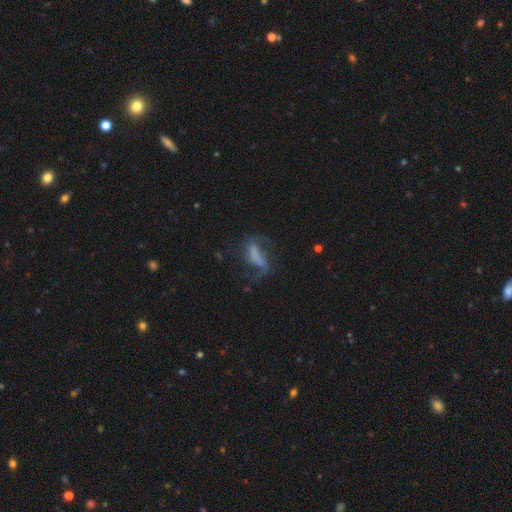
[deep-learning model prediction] A featured or disk galaxy (57%) with a strong bar (43%), spiral arms (75%) and no central bulge (63%).

Vote fractions:
- Smooth or featured? featured or disk: 57% / smooth: 30% / star or artifact: 13%
- Edge-on disk? no: 90% / yes: 10%
- Bar? strong: 43% / no: 29% / weak: 27%
- Spiral arms? yes: 75% / no: 25%
- Bulge size? none: 63% / small: 13% / large: 10% / moderate: 10% / dominant: 4%
- Merging? none: 45% / major disturbance: 32% / minor disturbance: 20% / merger: 4%